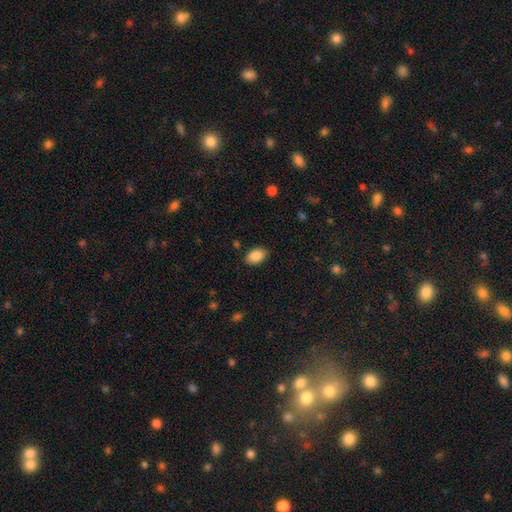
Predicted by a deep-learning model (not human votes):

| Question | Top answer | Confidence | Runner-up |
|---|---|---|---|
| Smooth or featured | smooth | 87% | star or artifact (7%) |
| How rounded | in between | 90% | round (8%) |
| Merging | none | 85% | minor disturbance (11%) |